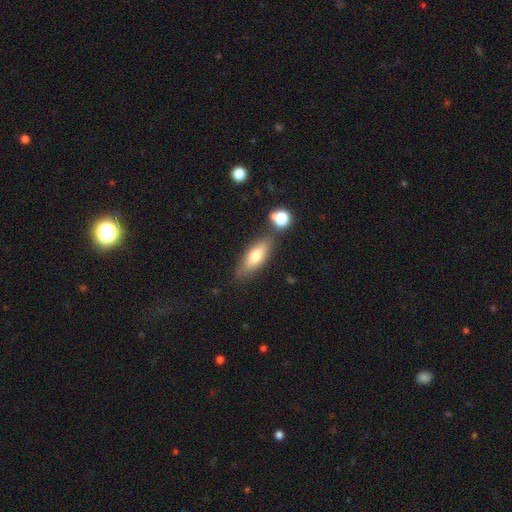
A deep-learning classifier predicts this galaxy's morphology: Smooth or featured? smooth (70%)
How rounded? in between (66%)
Merging? none (72%)